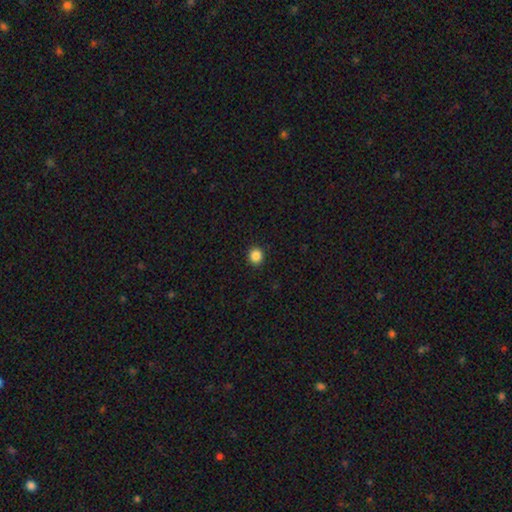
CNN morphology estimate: Smooth or featured? Predicted: smooth (p=0.87). How rounded? Predicted: round (p=0.90). Merging? Predicted: none (p=0.93).